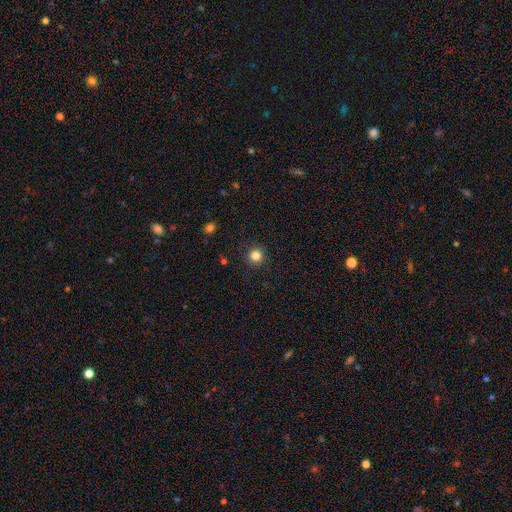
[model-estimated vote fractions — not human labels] smooth_or_featured: smooth (p=0.83) [alt: star or artifact p=0.13]
how_rounded: round (p=0.94) [alt: in between p=0.05]
merging: none (p=0.91) [alt: minor disturbance p=0.06]